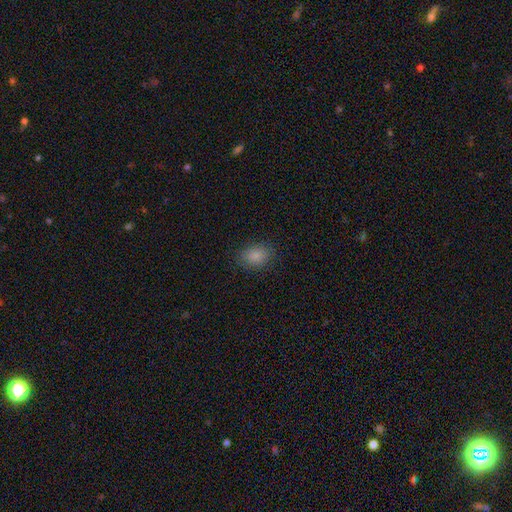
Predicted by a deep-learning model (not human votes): smooth_or_featured: smooth (p=0.85) [alt: star or artifact p=0.10]
how_rounded: in between (p=0.67) [alt: round p=0.32]
merging: none (p=0.85) [alt: minor disturbance p=0.11]